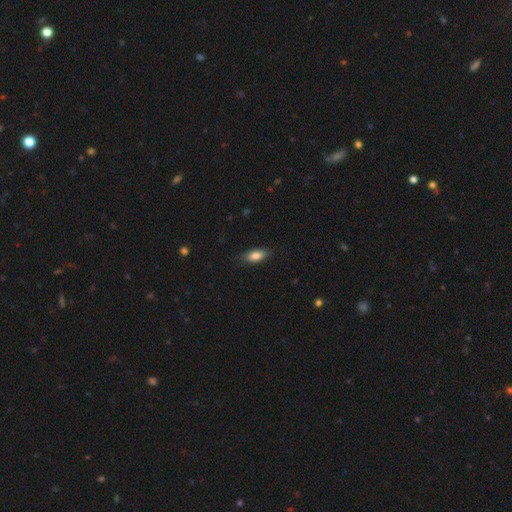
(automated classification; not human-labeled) Overall: smooth (84%). How rounded: in between (84%). Merging: none (84%).